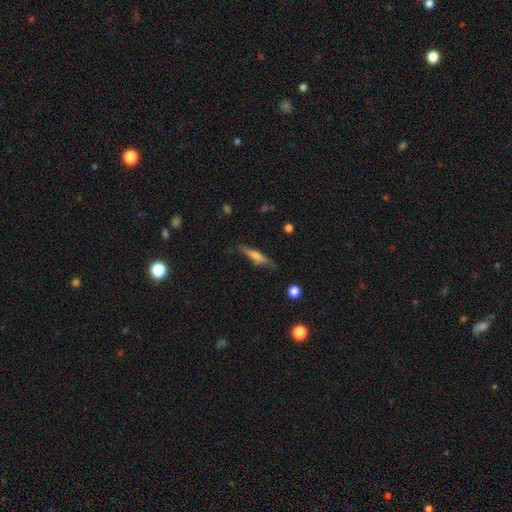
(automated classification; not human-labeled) A featured or disk galaxy (48%).

Vote fractions:
- Smooth or featured? featured or disk: 48% / smooth: 44% / star or artifact: 8%
- Merging? none: 80% / minor disturbance: 15% / major disturbance: 3% / merger: 2%